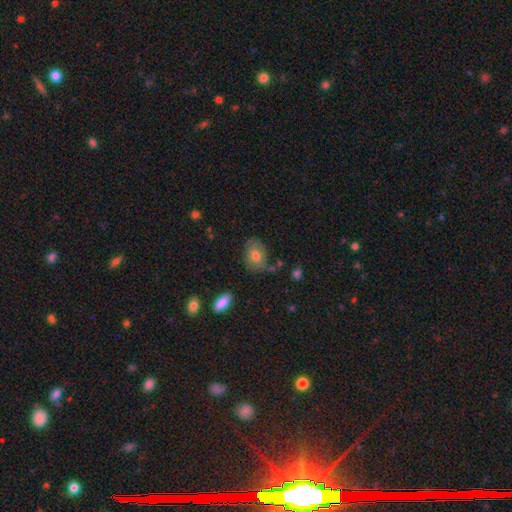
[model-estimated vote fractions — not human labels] The model was most divided on "smooth or featured": smooth: 65%, featured or disk: 26%, star or artifact: 8%. More confident: how rounded — in between (74%); merging — none (66%).